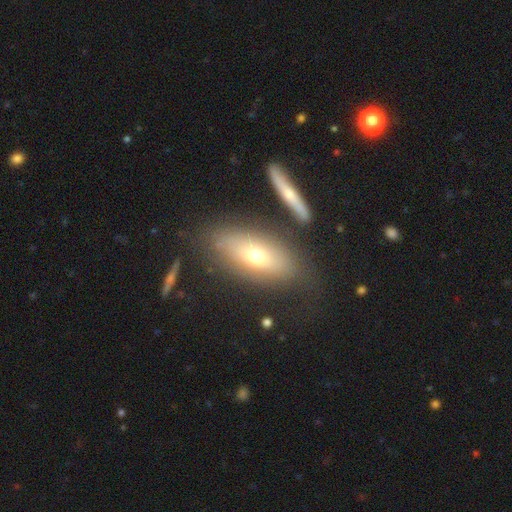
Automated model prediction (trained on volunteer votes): Smooth or featured: smooth — 54% (featured or disk — 36%)
How rounded: in between — 73% (cigar-shaped — 21%)
Merging: none — 70% (minor disturbance — 14%)